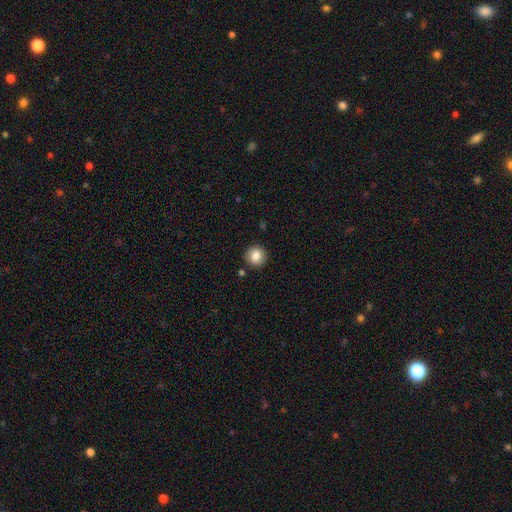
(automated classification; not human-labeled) Overall: smooth (85%). How rounded: round (93%). Merging: none (90%).